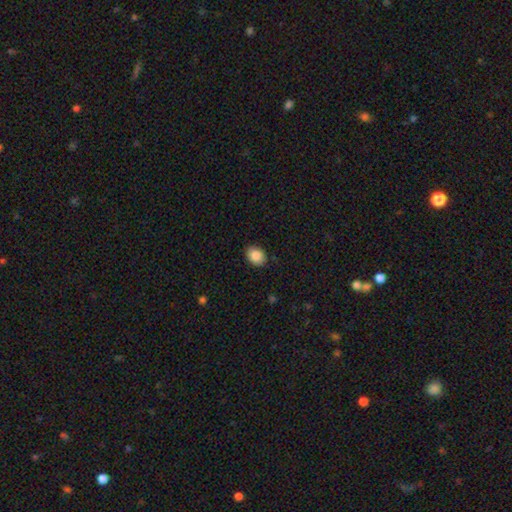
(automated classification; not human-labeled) Smooth or featured? Predicted: smooth (p=0.88). How rounded? Predicted: in between (p=0.62). Merging? Predicted: none (p=0.88).